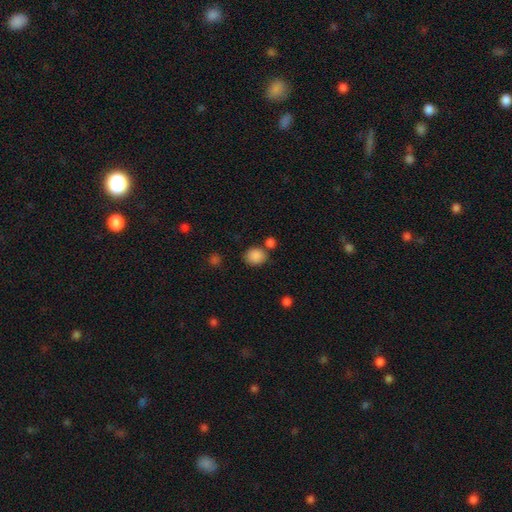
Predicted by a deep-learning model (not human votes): smooth-or-featured: smooth: 87% | star or artifact: 9% | featured or disk: 4%
  how-rounded: round: 64% | in between: 35% | cigar-shaped: 1%
  merging: none: 71% | merger: 13% | minor disturbance: 12% | major disturbance: 4%